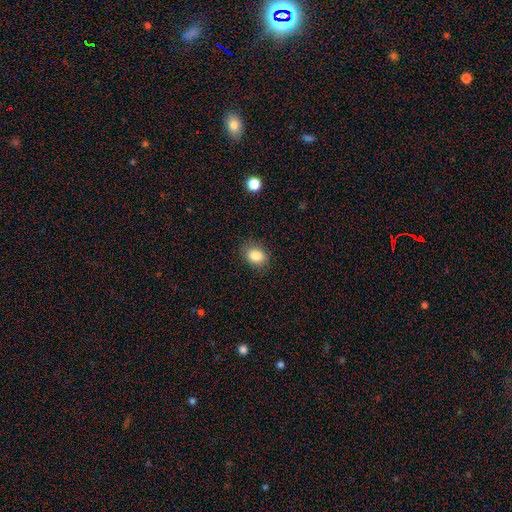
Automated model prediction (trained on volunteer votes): smooth_or_featured: smooth (p=0.85) [alt: star or artifact p=0.09]
how_rounded: in between (p=0.62) [alt: round p=0.37]
merging: none (p=0.84) [alt: minor disturbance p=0.12]